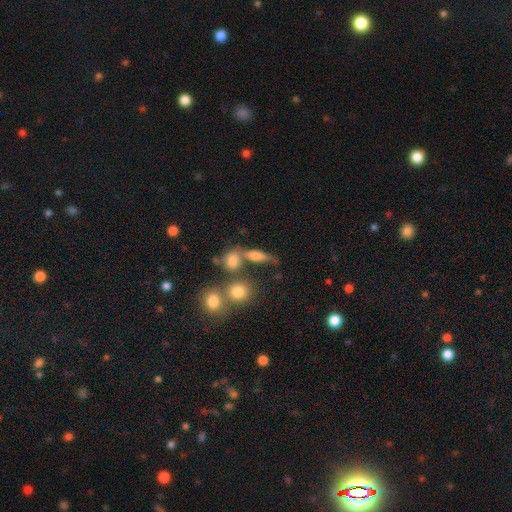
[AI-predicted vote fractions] A smooth galaxy with no disk features (66%) that is in between round and cigar-shaped (49%). Merging: none (54%).